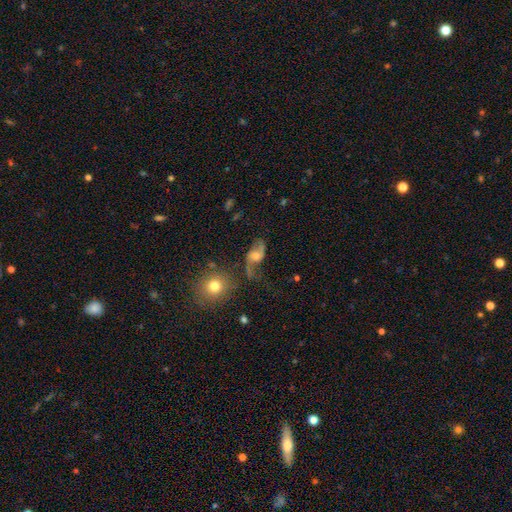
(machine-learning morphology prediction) type=featured or disk (77%); edge-on=no (95%); bar=no (52%); spiral arms=yes (92%); winding=loose (80%); arm count=2 (91%); bulge=moderate (50%); merging=none (55%).